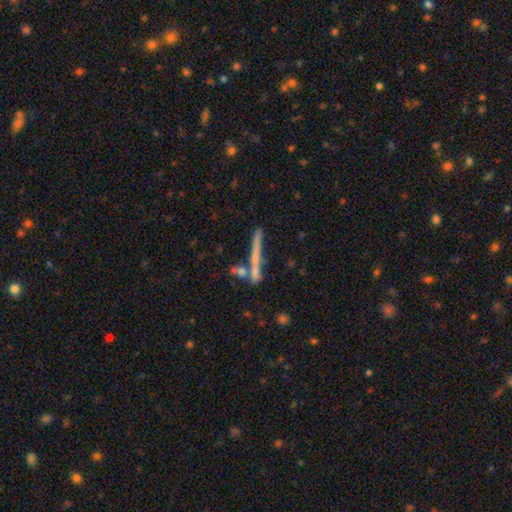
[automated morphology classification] Smooth or featured? featured or disk (46%)
Merging? none (69%)